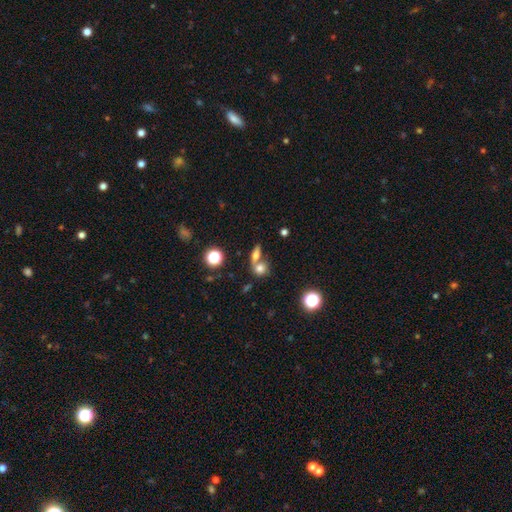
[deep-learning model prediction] The model was most divided on "merging": merger: 52%, none: 37%, minor disturbance: 7%, major disturbance: 4%. More confident: smooth or featured — smooth (66%); how rounded — in between (51%).